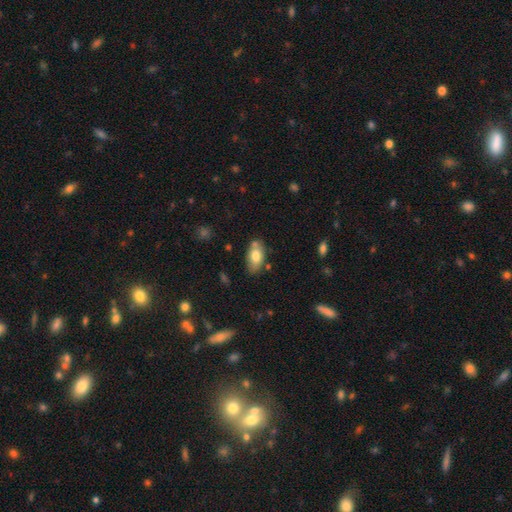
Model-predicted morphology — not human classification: A smooth galaxy with no disk features (75%) that is in between round and cigar-shaped (91%). Merging: none (70%).